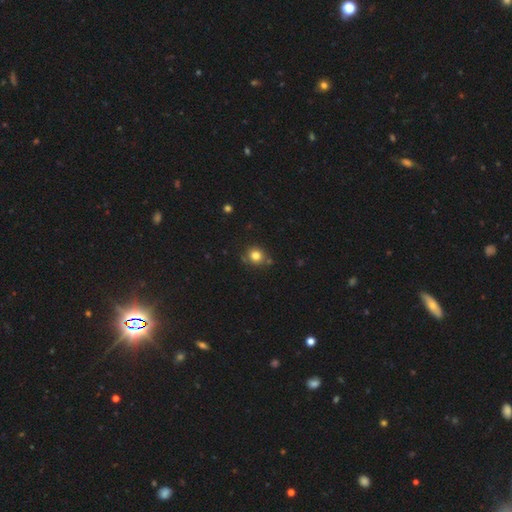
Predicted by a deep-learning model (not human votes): Overall: smooth (80%). How rounded: round (84%). Merging: none (76%).